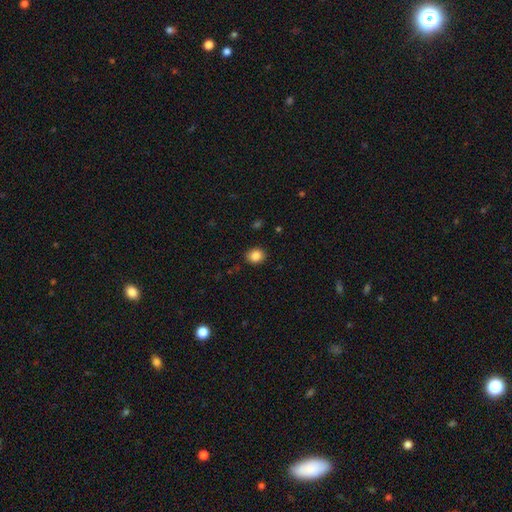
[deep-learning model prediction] Smooth or featured? Predicted: smooth (p=0.86). How rounded? Predicted: round (p=0.71). Merging? Predicted: none (p=0.89).